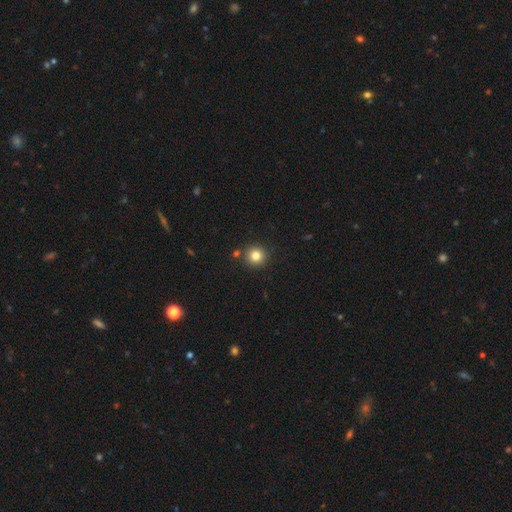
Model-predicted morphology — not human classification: A smooth galaxy with no disk features (82%) that is round (94%). Merging: none (85%).